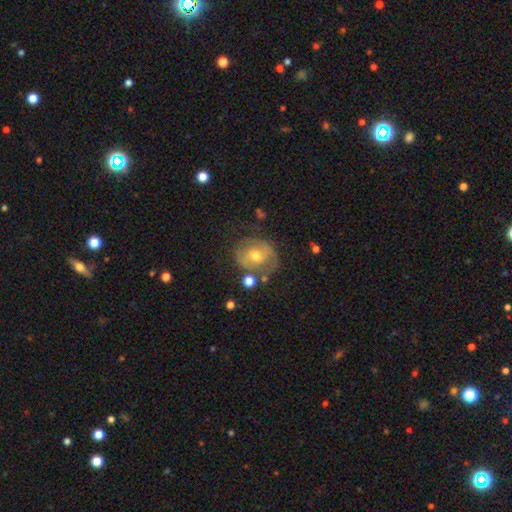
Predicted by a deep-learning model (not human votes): Overall: featured or disk (50%; smooth 40%). Edge-on disk: no (95%). Merging: none (64%).